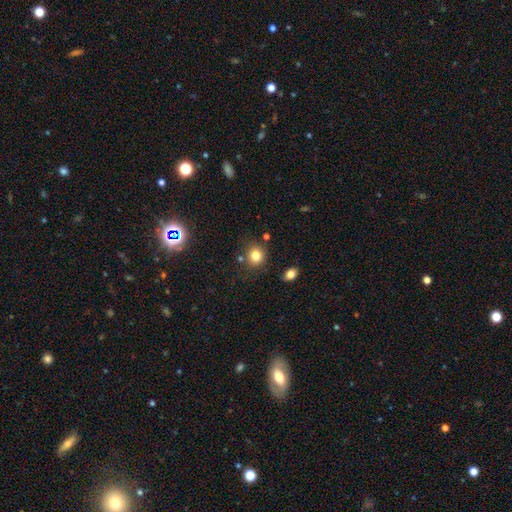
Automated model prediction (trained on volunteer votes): Smooth or featured?
  - smooth: 81% *
  - star or artifact: 12%
  - featured or disk: 7%
How rounded?
  - round: 82% *
  - in between: 17%
  - cigar-shaped: 1%
Merging?
  - none: 80% *
  - minor disturbance: 11%
  - merger: 6%
  - major disturbance: 3%